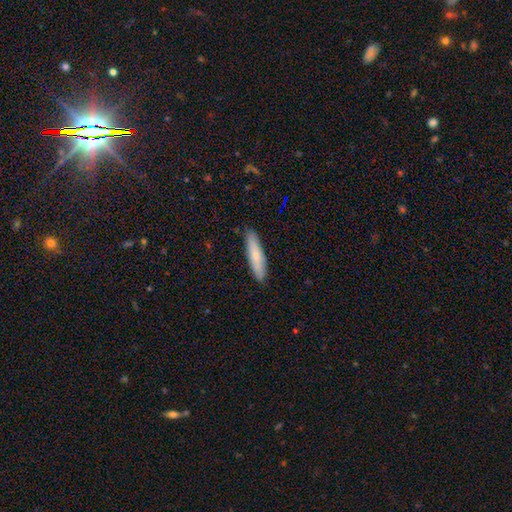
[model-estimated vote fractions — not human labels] Smooth or featured? smooth (74%)
How rounded? cigar-shaped (82%)
Merging? none (89%)